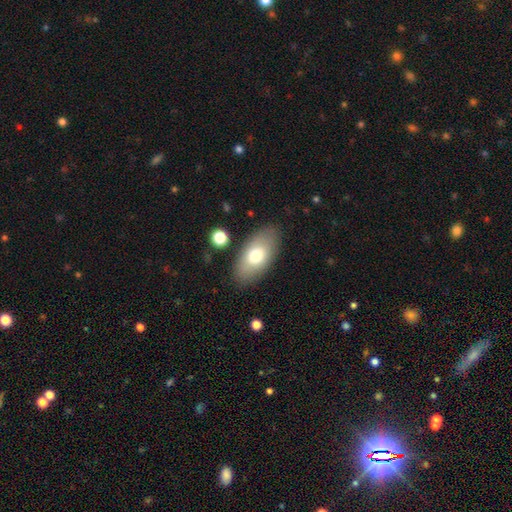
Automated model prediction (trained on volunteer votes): smooth_or_featured: smooth (p=0.72) [alt: featured or disk p=0.22]
how_rounded: in between (p=0.92) [alt: cigar-shaped p=0.04]
merging: none (p=0.84) [alt: minor disturbance p=0.11]